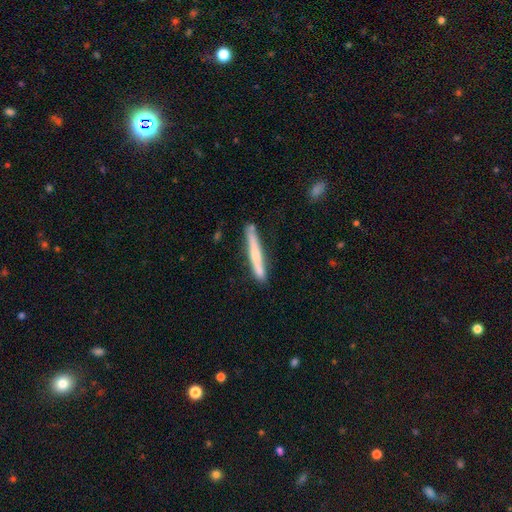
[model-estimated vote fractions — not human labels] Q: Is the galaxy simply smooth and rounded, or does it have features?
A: smooth — 51%.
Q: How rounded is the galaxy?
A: cigar-shaped — 96%.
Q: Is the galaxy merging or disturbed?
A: none — 82%.